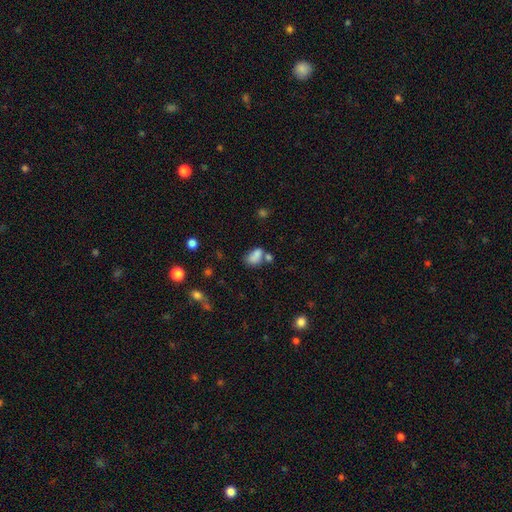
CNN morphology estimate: A smooth galaxy with no disk features (79%) that is in between round and cigar-shaped (84%).

Vote fractions:
- Smooth or featured? smooth: 79% / star or artifact: 11% / featured or disk: 10%
- How rounded? in between: 84% / round: 14% / cigar-shaped: 2%
- Merging? none: 38% / merger: 34% / minor disturbance: 18% / major disturbance: 9%